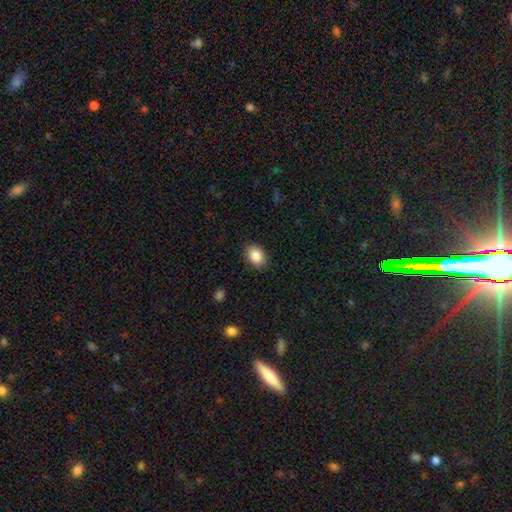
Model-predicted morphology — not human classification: A smooth galaxy with no disk features (87%) that is in between round and cigar-shaped (73%). Merging: none (88%).